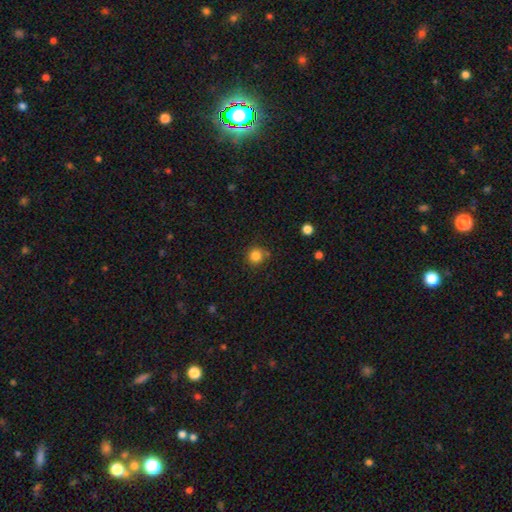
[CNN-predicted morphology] Overall: smooth (83%). How rounded: round (92%). Merging: none (77%).